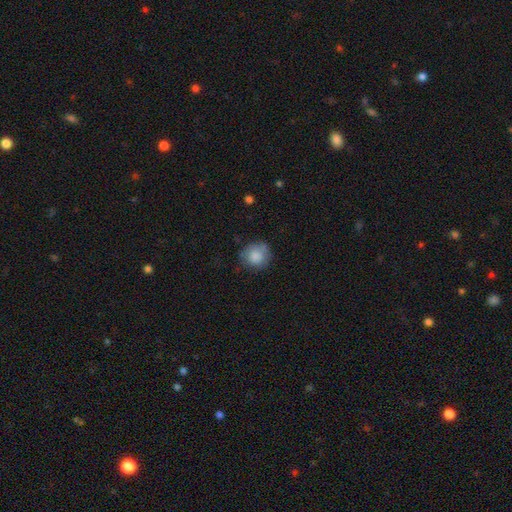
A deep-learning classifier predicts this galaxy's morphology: Smooth or featured? Predicted: smooth (p=0.83). How rounded? Predicted: round (p=0.86). Merging? Predicted: none (p=0.69).